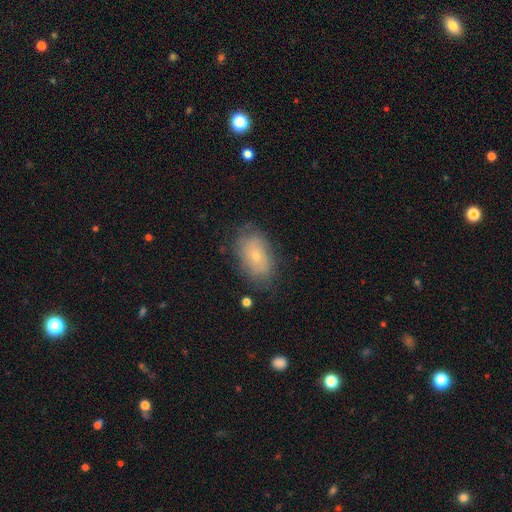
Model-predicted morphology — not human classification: Smooth or featured?
  - smooth: 58% *
  - featured or disk: 33%
  - star or artifact: 9%
How rounded?
  - in between: 88% *
  - round: 10%
  - cigar-shaped: 2%
Merging?
  - none: 73% *
  - minor disturbance: 19%
  - major disturbance: 6%
  - merger: 1%